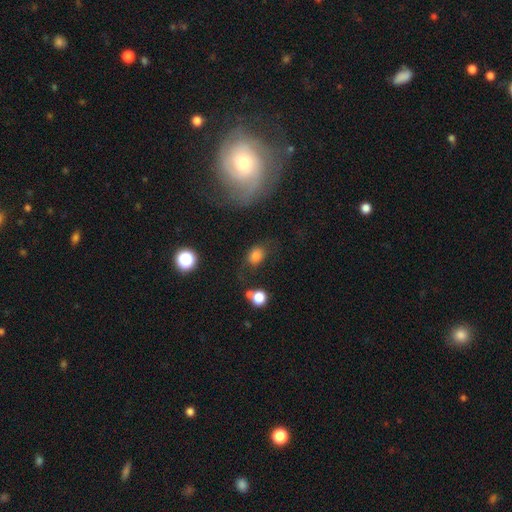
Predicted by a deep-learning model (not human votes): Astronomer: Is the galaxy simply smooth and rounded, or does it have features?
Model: smooth — 77%.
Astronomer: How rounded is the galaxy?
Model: in between — 58% (runner-up: round, 40%).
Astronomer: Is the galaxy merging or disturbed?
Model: none — 56%.